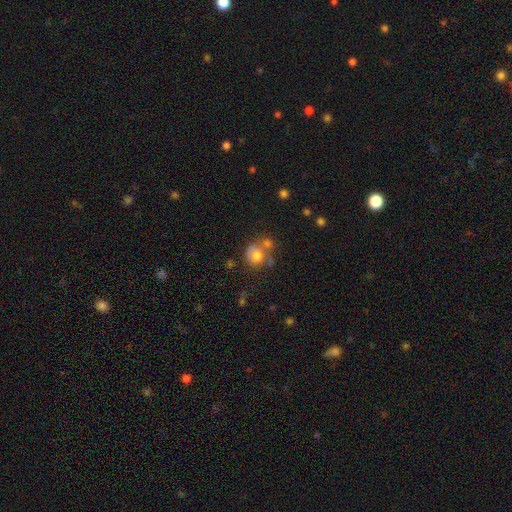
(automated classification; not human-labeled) smooth_or_featured: smooth (p=0.66) [alt: featured or disk p=0.23]
how_rounded: round (p=0.77) [alt: in between p=0.22]
merging: none (p=0.45) [alt: merger p=0.29]